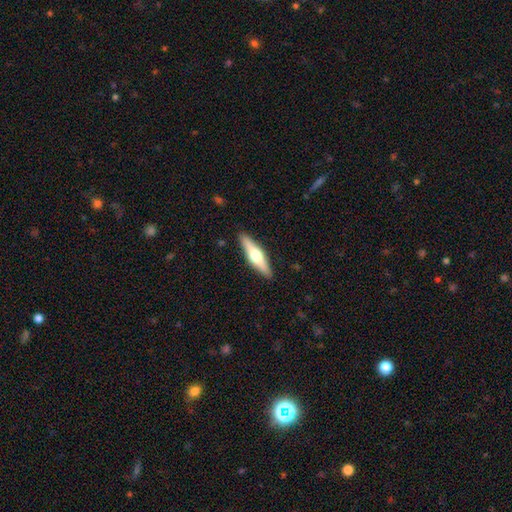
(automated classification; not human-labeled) Smooth or featured? Predicted: featured or disk (p=0.56). Edge-on disk? Predicted: yes (p=0.95). Edge-on bulge? Predicted: rounded (p=0.95). Merging? Predicted: none (p=0.90).